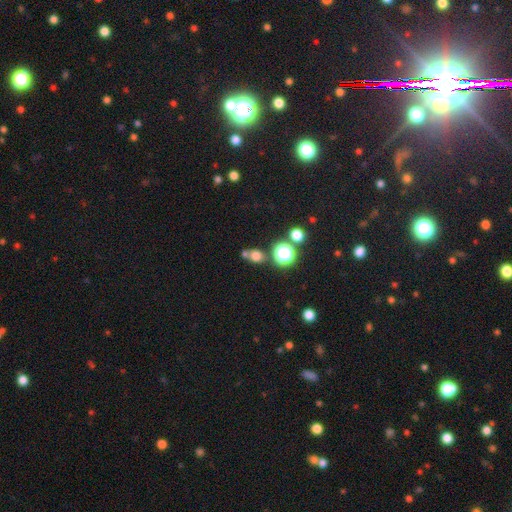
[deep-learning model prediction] Morphology: type=smooth (67%); roundness=round (66%); merging=none (57%).